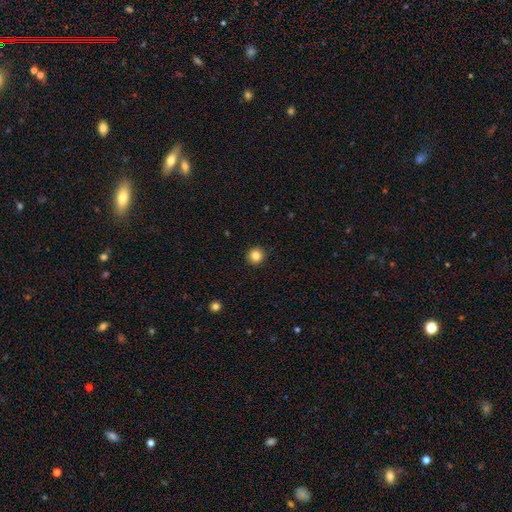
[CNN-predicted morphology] This appears to be a smooth galaxy with no disk features (84%) that is round (95%). Merging: none (93%).